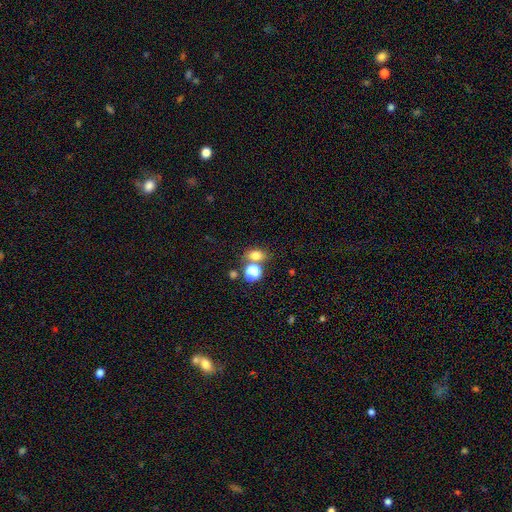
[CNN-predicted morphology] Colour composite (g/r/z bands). It shows a smooth galaxy with no disk features (73%) that is in between round and cigar-shaped (57%). Merging: none (59%).